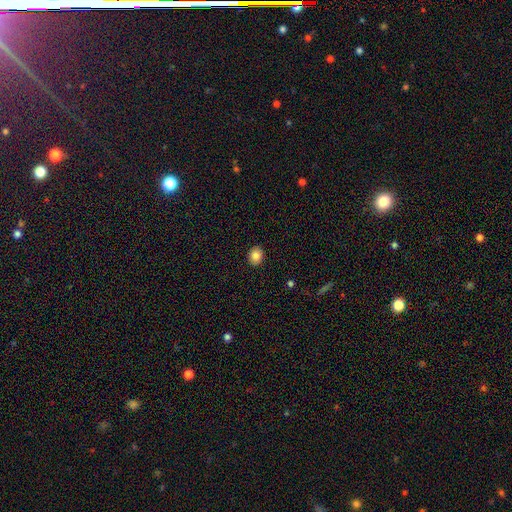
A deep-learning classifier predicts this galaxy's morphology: Overall: smooth (84%). How rounded: round (57%; in between 42%). Merging: none (91%).